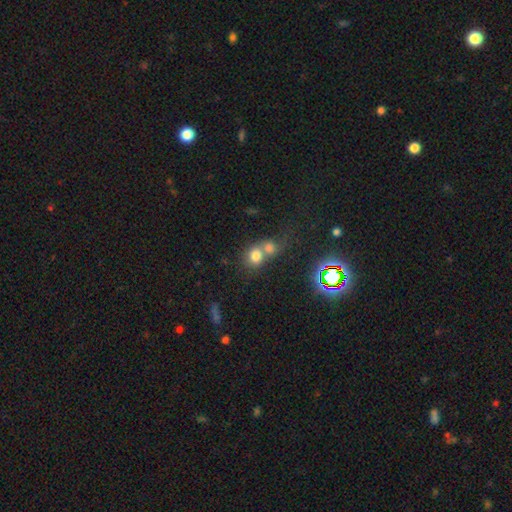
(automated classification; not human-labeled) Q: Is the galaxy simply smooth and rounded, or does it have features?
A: smooth — 73%.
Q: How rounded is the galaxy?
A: round — 70%.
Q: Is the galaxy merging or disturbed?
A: merger — 62%.